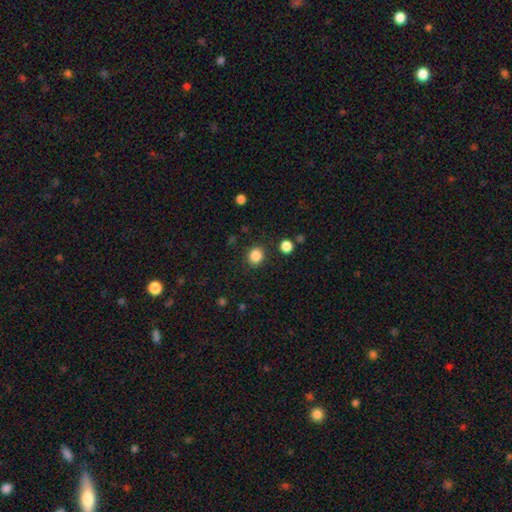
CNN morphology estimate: Q: Smooth or featured?
A: smooth (85%); runner-up: star or artifact (11%)
Q: How rounded?
A: round (83%); runner-up: in between (16%)
Q: Merging?
A: none (87%); runner-up: minor disturbance (7%)